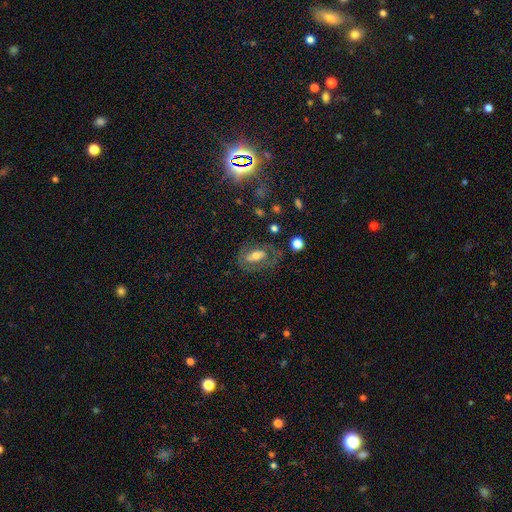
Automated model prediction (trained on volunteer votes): Overall: featured or disk (51%; smooth 40%). Edge-on disk: no (88%). Merging: none (63%).